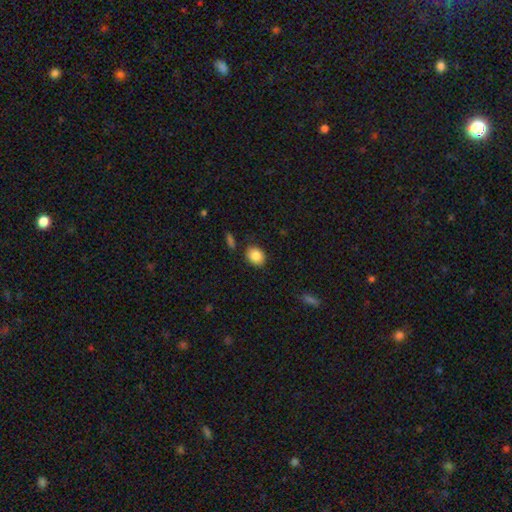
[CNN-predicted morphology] type=smooth (86%); roundness=round (52%); merging=none (86%).